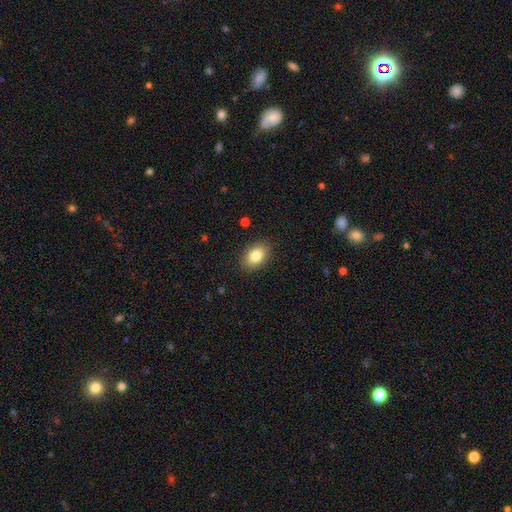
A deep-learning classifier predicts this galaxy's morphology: Q: Smooth or featured?
A: smooth (83%); runner-up: featured or disk (9%)
Q: How rounded?
A: in between (84%); runner-up: round (14%)
Q: Merging?
A: none (88%); runner-up: minor disturbance (9%)